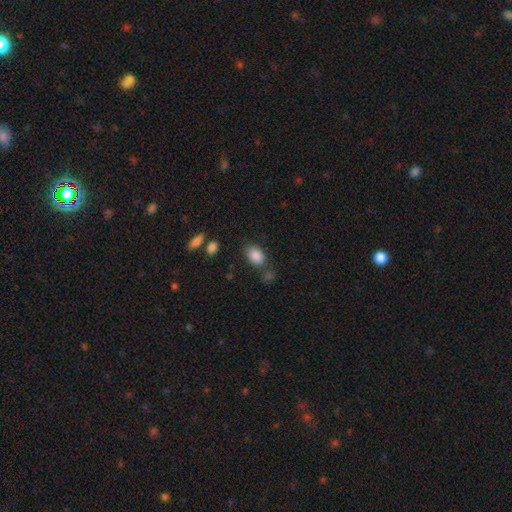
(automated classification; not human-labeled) This is clearly a smooth galaxy (86%). How rounded: clearly in between (84%). Merging: likely none (68%).